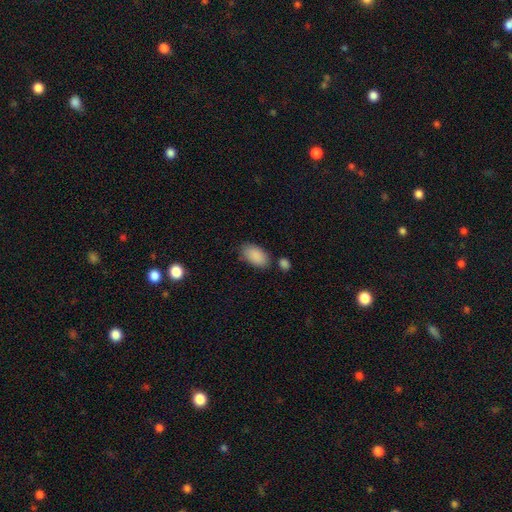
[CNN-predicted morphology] A smooth galaxy with no disk features (89%) that is in between round and cigar-shaped (94%). Merging: none (71%).